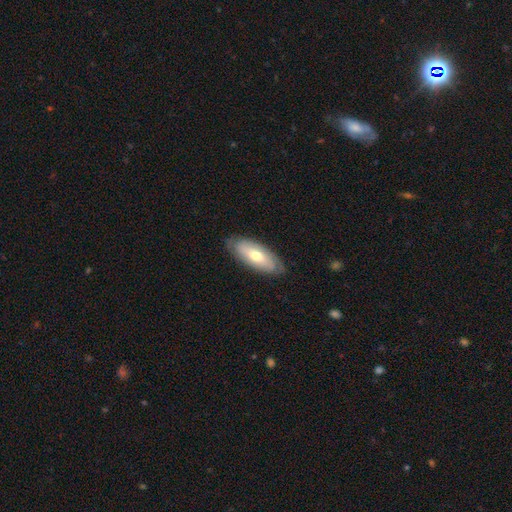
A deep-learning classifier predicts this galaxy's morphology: A smooth galaxy with no disk features (54%) that is in between round and cigar-shaped (80%). Merging: none (82%).